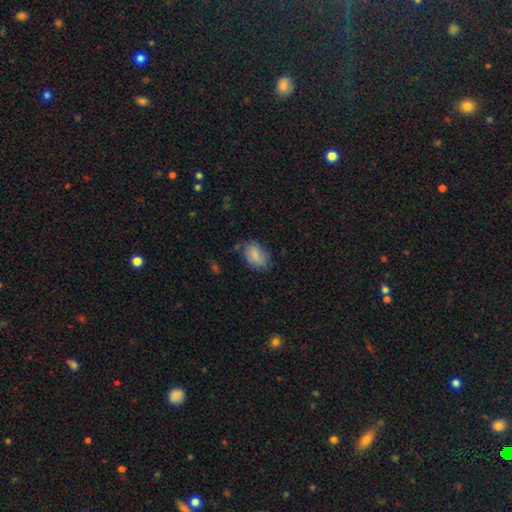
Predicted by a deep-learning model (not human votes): smooth_or_featured: smooth (p=0.84) [alt: featured or disk p=0.09]
how_rounded: in between (p=0.87) [alt: round p=0.12]
merging: none (p=0.67) [alt: minor disturbance p=0.25]